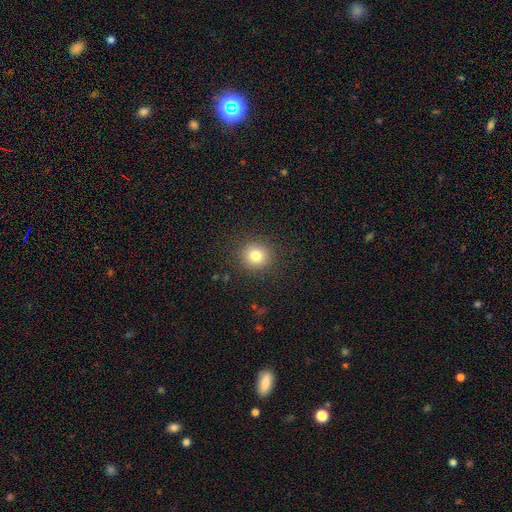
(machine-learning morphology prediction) Smooth or featured? Predicted: smooth (p=0.80). How rounded? Predicted: round (p=0.90). Merging? Predicted: none (p=0.90).